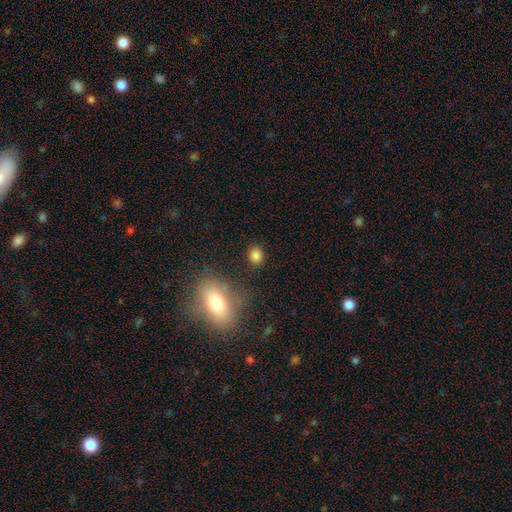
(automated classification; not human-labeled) This appears to be a smooth galaxy with no disk features (84%) that is round (64%). Merging: none (86%).